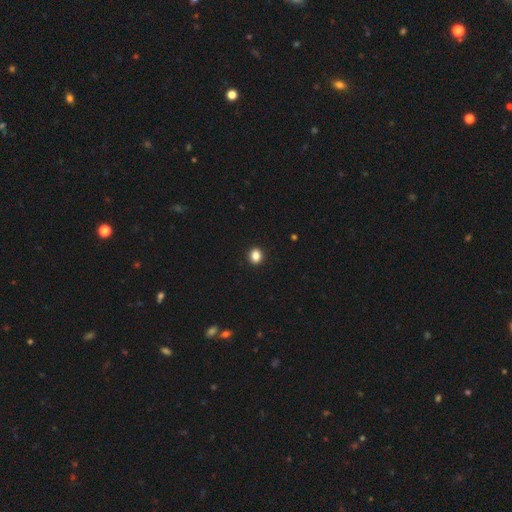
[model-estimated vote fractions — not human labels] The model was most divided on "how rounded": round: 69%, in between: 30%, cigar-shaped: 1%. More confident: merging — none (93%); smooth or featured — smooth (86%).